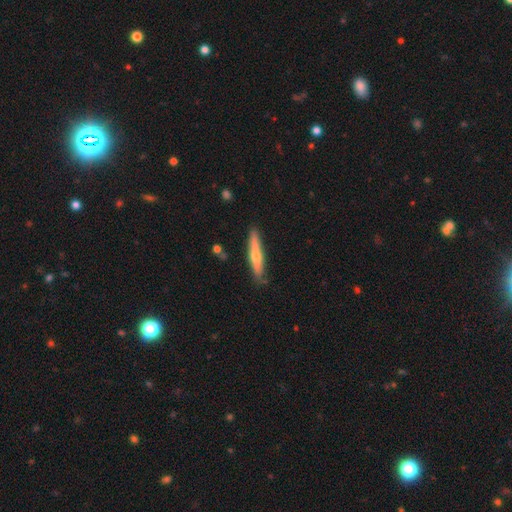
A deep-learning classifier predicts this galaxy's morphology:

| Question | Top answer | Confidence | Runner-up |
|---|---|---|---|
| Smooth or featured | featured or disk | 50% | smooth (44%) |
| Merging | none | 84% | minor disturbance (12%) |